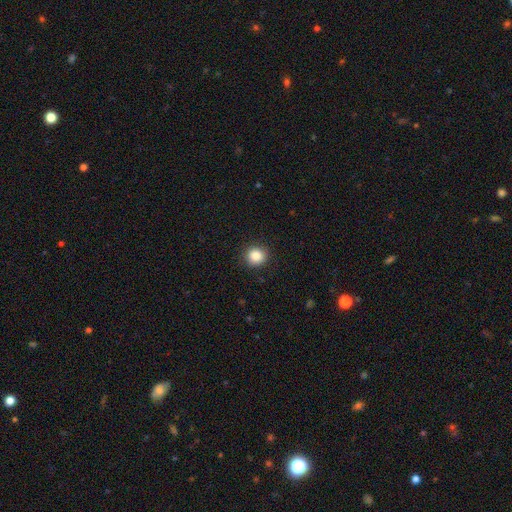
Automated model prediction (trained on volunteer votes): Morphology: type=smooth (86%); roundness=round (89%); merging=none (90%).